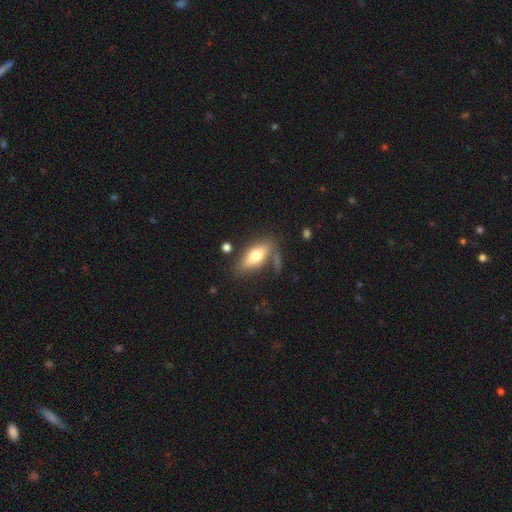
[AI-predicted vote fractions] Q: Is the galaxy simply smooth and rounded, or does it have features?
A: smooth — 68%.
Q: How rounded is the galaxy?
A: in between — 78%.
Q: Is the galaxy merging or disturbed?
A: none — 65%.